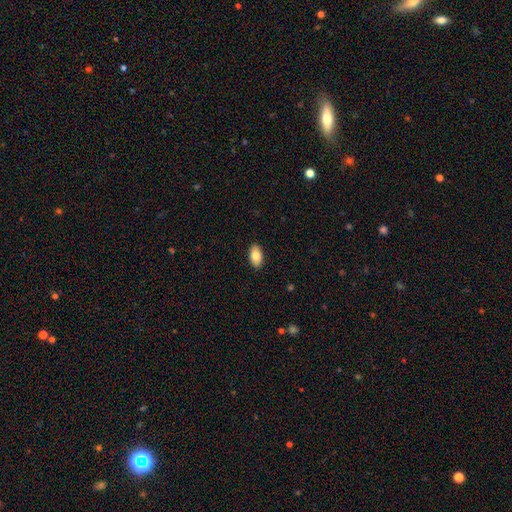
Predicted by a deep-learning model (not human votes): A smooth galaxy with no disk features (85%) that is in between round and cigar-shaped (93%).

Vote fractions:
- Smooth or featured? smooth: 85% / featured or disk: 9% / star or artifact: 7%
- How rounded? in between: 93% / round: 4% / cigar-shaped: 3%
- Merging? none: 89% / minor disturbance: 8% / major disturbance: 2% / merger: 1%